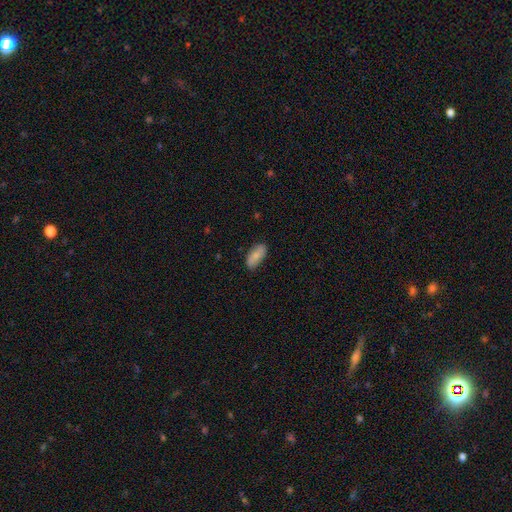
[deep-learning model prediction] A smooth galaxy with no disk features (77%) that is in between round and cigar-shaped (89%). Merging: none (81%).